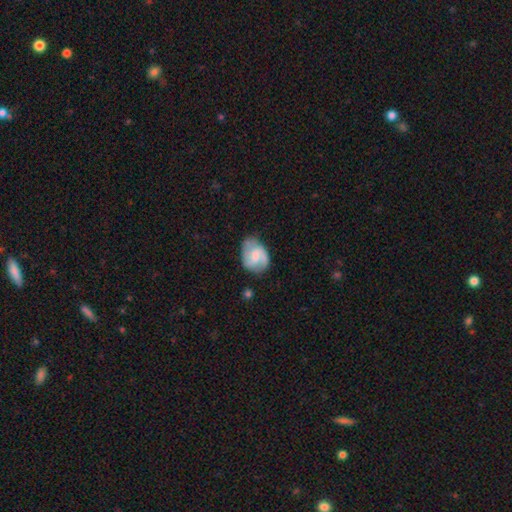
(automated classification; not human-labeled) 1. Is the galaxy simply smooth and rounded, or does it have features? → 64% featured or disk, 30% smooth, 6% star or artifact.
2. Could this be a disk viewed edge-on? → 98% no, 2% yes.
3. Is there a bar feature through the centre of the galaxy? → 53% weak, 33% no, 14% strong.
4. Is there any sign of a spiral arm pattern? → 88% yes, 12% no.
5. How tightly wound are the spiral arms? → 49% medium, 27% loose, 25% tight.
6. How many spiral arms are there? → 73% 2, 12% can't tell, 6% 3, 6% 1, 1% 4, 1% more than 4.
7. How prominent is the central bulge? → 39% moderate, 36% small, 17% none, 6% large, 1% dominant.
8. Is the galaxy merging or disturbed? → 58% none, 29% minor disturbance, 11% major disturbance, 2% merger.